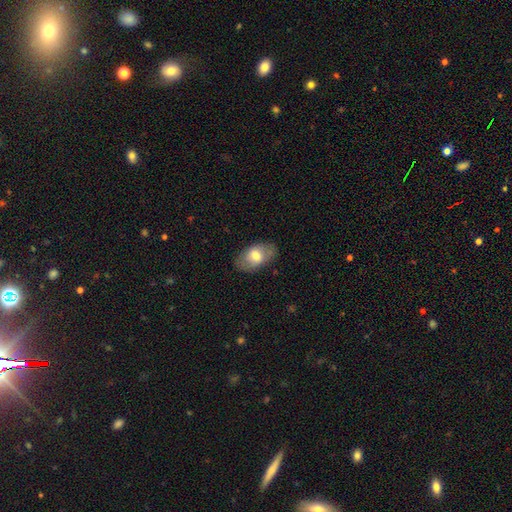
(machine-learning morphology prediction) This appears to be a smooth galaxy with no disk features (66%) that is in between round and cigar-shaped (91%). Merging: none (81%).